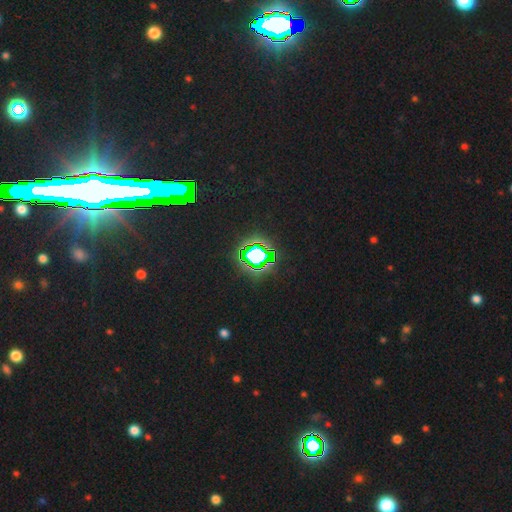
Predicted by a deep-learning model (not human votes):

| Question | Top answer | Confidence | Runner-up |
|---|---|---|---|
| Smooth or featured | star or artifact | 72% | smooth (17%) |